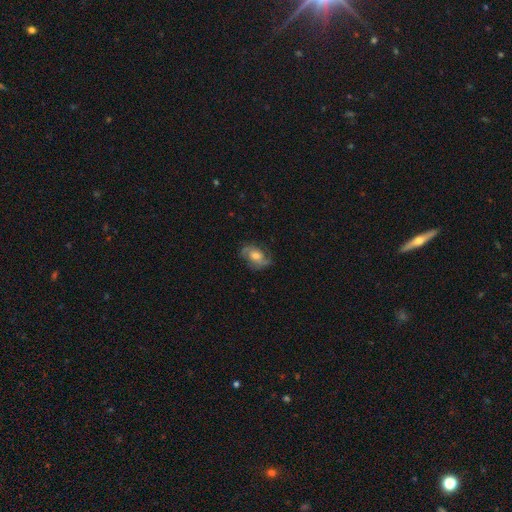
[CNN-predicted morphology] smooth_or_featured: featured or disk (p=0.67) [alt: smooth p=0.25]
disk_edge_on: no (p=0.96) [alt: yes p=0.04]
bar: no (p=0.60) [alt: weak p=0.33]
has_spiral_arms: yes (p=0.88) [alt: no p=0.12]
spiral_winding: medium (p=0.48) [alt: tight p=0.28]
spiral_arm_count: 2 (p=0.72) [alt: can't tell p=0.14]
bulge_size: moderate (p=0.58) [alt: small p=0.19]
merging: none (p=0.72) [alt: minor disturbance p=0.18]